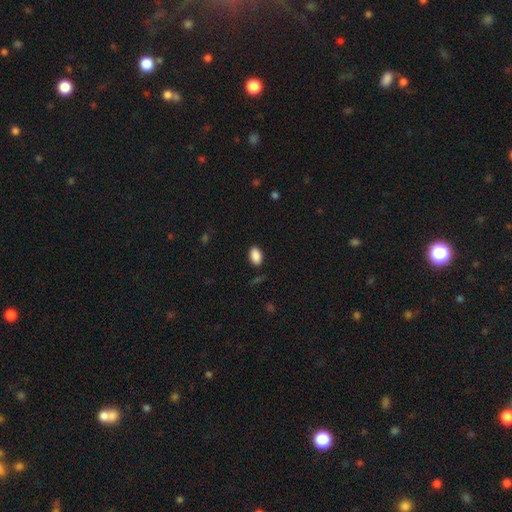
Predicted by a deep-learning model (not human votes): Overall: smooth (89%). How rounded: in between (91%). Merging: none (86%).